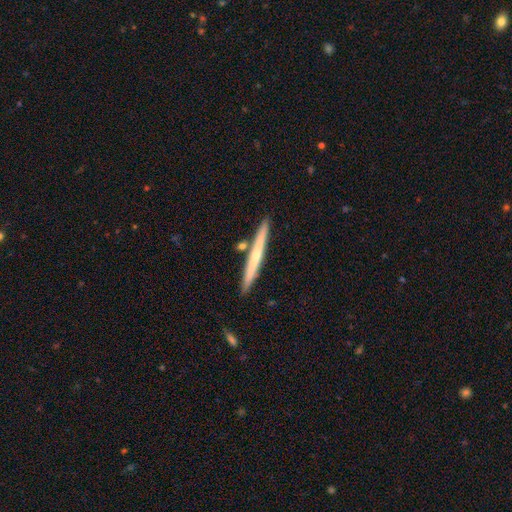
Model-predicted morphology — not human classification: This is possibly a featured or disk galaxy (50%). Merging: clearly none (87%).